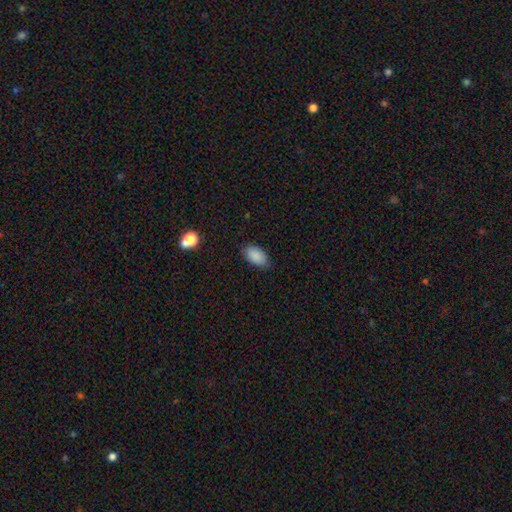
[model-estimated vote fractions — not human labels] Morphology: type=smooth (88%); roundness=in between (93%); merging=none (83%).